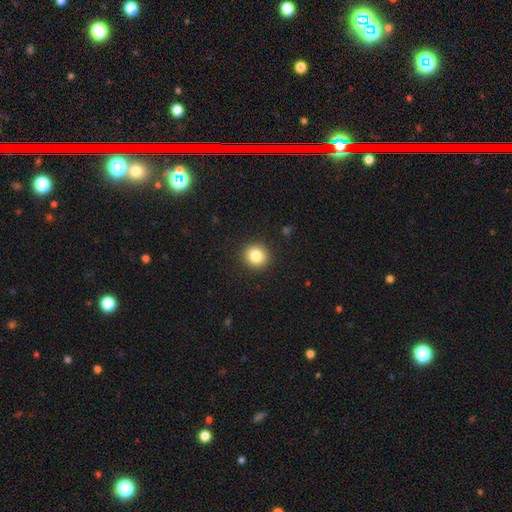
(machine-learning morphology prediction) Smooth or featured? Predicted: smooth (p=0.82). How rounded? Predicted: round (p=0.92). Merging? Predicted: none (p=0.92).